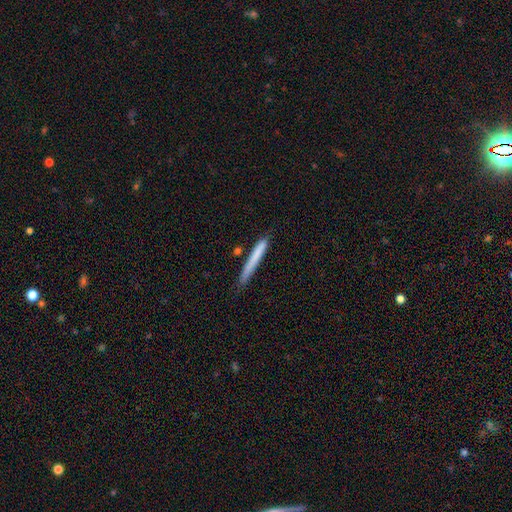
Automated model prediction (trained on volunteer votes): A smooth galaxy with no disk features (72%) that is cigar-shaped (97%).

Vote fractions:
- Smooth or featured? smooth: 72% / featured or disk: 22% / star or artifact: 6%
- How rounded? cigar-shaped: 97% / in between: 2% / round: 1%
- Merging? none: 79% / minor disturbance: 15% / merger: 3% / major disturbance: 3%